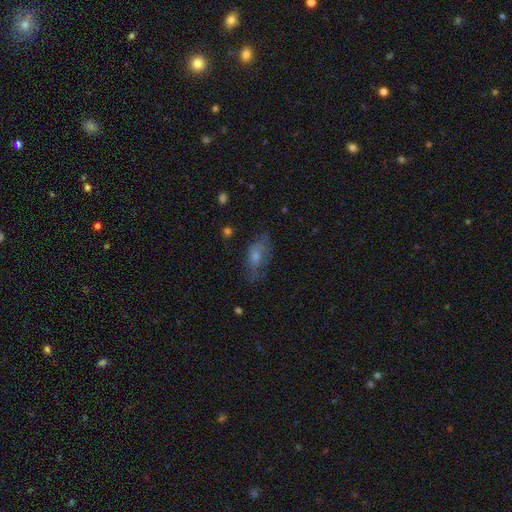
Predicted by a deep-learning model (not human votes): Smooth or featured? smooth (44%)
Merging? none (67%)